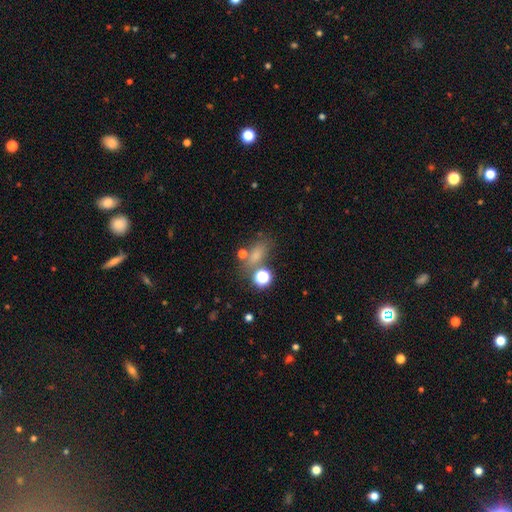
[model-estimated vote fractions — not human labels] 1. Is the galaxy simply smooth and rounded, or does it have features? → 65% smooth, 24% star or artifact, 11% featured or disk.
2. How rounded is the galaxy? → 62% in between, 26% round, 12% cigar-shaped.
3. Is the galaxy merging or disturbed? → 58% none, 16% merger, 15% minor disturbance, 10% major disturbance.